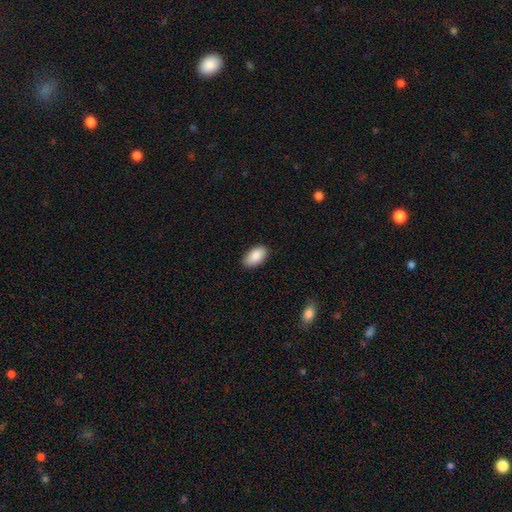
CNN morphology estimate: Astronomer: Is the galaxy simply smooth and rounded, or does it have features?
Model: smooth — 89%.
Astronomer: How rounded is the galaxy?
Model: in between — 95%.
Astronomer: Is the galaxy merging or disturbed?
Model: none — 87%.